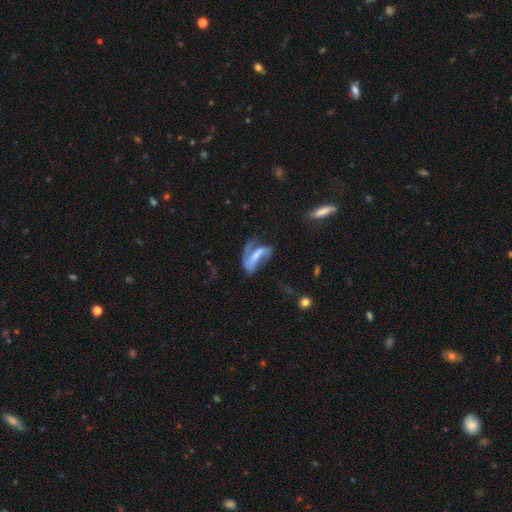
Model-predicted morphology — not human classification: A featured or disk galaxy (57%) with a strong bar (36%, tied with no), spiral arms (59%) and no central bulge (38%). Merging: major disturbance (44%).